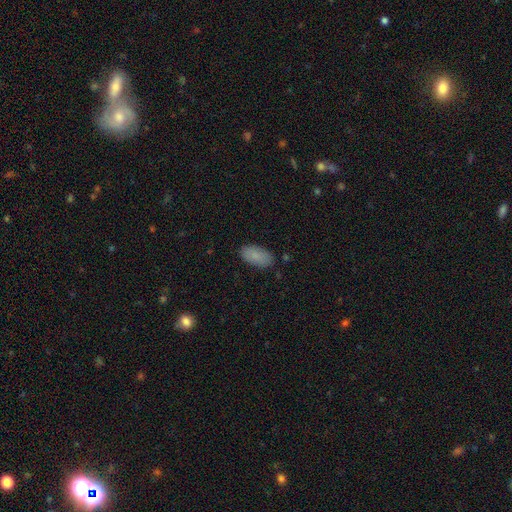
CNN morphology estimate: Smooth or featured? smooth (86%)
How rounded? in between (94%)
Merging? none (84%)